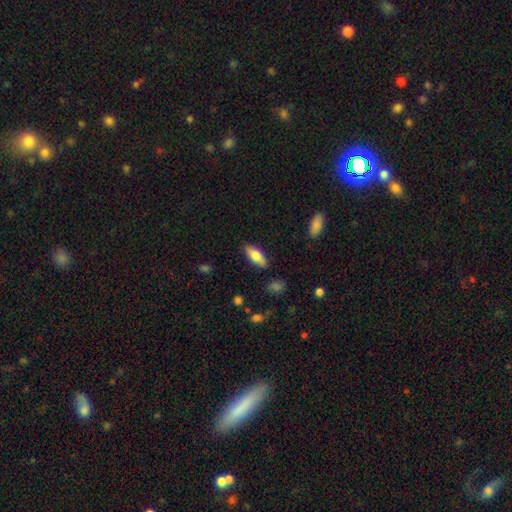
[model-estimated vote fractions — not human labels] Smooth or featured?
  - smooth: 76% *
  - featured or disk: 18%
  - star or artifact: 6%
How rounded?
  - in between: 78% *
  - cigar-shaped: 19%
  - round: 2%
Merging?
  - none: 85% *
  - minor disturbance: 11%
  - major disturbance: 2%
  - merger: 1%